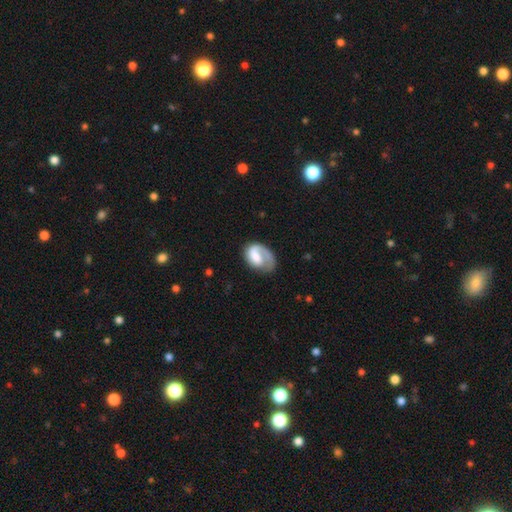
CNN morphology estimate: Smooth or featured?
  - featured or disk: 62% *
  - smooth: 32%
  - star or artifact: 6%
Edge-on disk?
  - no: 98% *
  - yes: 2%
Bar?
  - no: 47% *
  - weak: 41%
  - strong: 12%
Spiral arms?
  - yes: 88% *
  - no: 12%
Spiral winding?
  - tight: 41% *
  - medium: 34%
  - loose: 25%
Spiral arm count?
  - 1: 81% *
  - 2: 10%
  - can't tell: 6%
  - 3: 1%
  - 4: 1%
  - more than 4: 1%
Bulge size?
  - moderate: 33% *
  - small: 26%
  - large: 20%
  - none: 18%
  - dominant: 3%
Merging?
  - none: 52% *
  - major disturbance: 24%
  - minor disturbance: 22%
  - merger: 3%